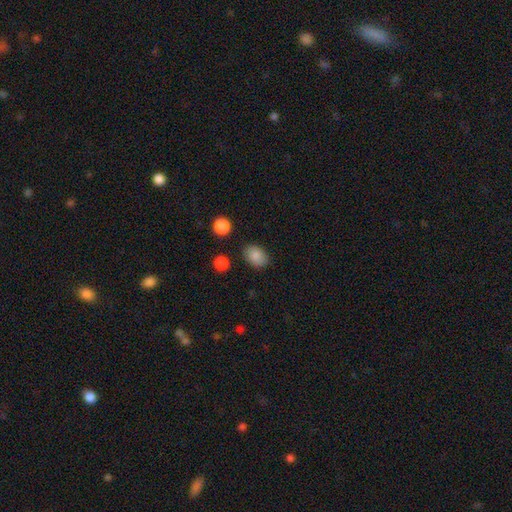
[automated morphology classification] smooth 86%, star or artifact 9%, featured or disk 5%. Down the decision tree: how rounded — in between (79%); merging — none (83%).